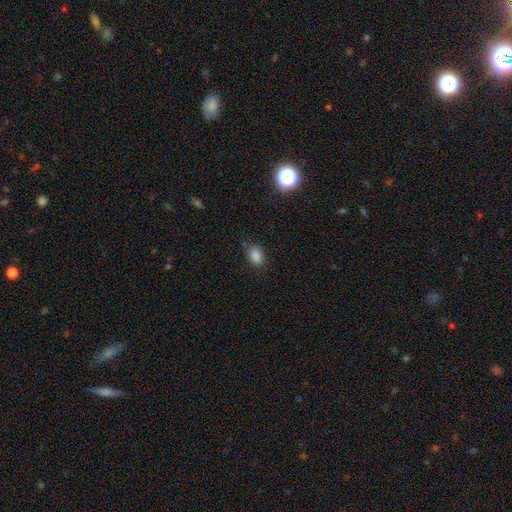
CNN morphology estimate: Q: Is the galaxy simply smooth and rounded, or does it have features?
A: smooth — 84%.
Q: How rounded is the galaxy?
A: in between — 81%.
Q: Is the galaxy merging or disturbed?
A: none — 78%.